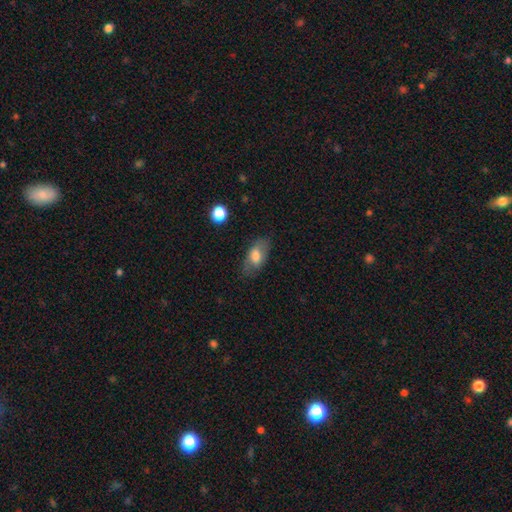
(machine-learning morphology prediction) smooth-or-featured: smooth: 69% | featured or disk: 23% | star or artifact: 7%
  how-rounded: in between: 88% | cigar-shaped: 7% | round: 5%
  merging: none: 73% | minor disturbance: 18% | major disturbance: 7% | merger: 1%